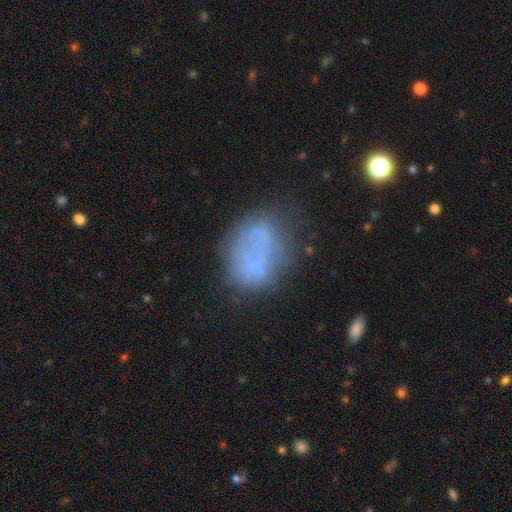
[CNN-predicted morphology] Q: Smooth or featured?
A: smooth (58%); runner-up: featured or disk (27%)
Q: How rounded?
A: in between (72%); runner-up: round (26%)
Q: Merging?
A: none (52%); runner-up: minor disturbance (25%)